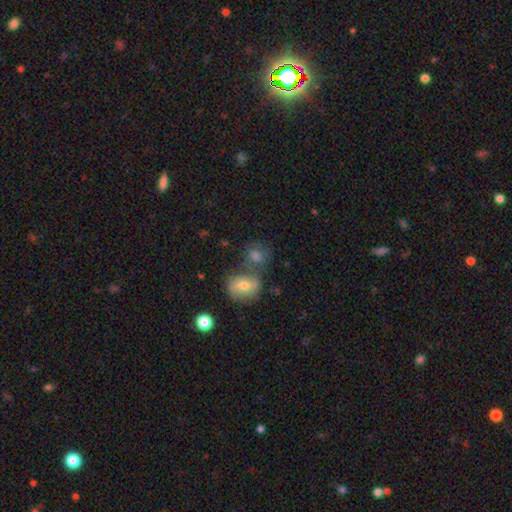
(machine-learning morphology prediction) smooth-or-featured: smooth: 71% | featured or disk: 16% | star or artifact: 13%
  how-rounded: round: 61% | in between: 37% | cigar-shaped: 2%
  merging: none: 48% | merger: 34% | minor disturbance: 13% | major disturbance: 5%